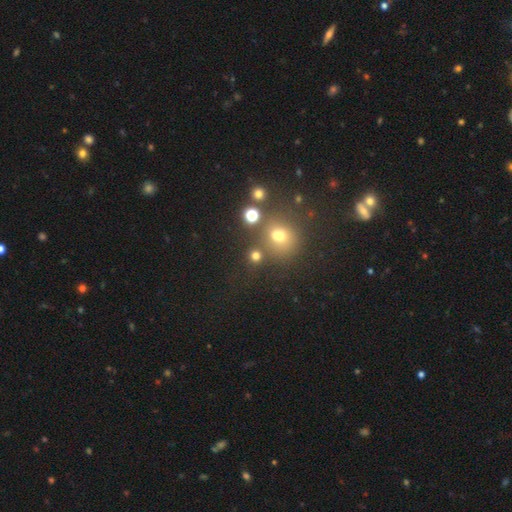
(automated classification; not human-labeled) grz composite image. It shows a smooth galaxy with no disk features (69%) that is round (88%). Merging: none (70%).